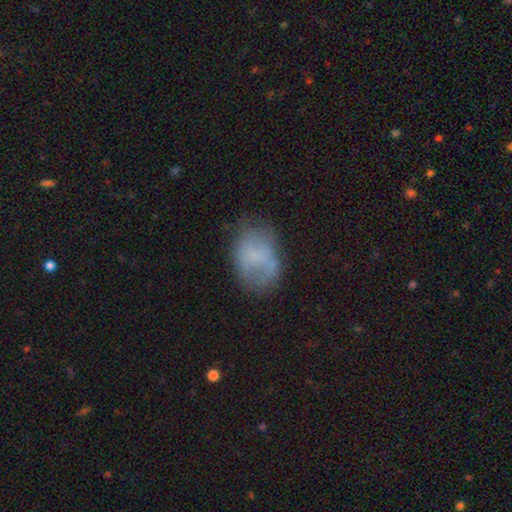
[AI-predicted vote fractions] A smooth galaxy with no disk features (60%) that is in between round and cigar-shaped (78%). Merging: none (54%).